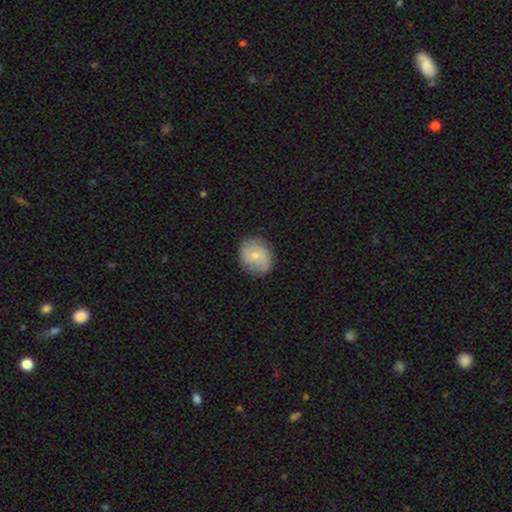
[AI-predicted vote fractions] Smooth or featured?
  - smooth: 62% *
  - featured or disk: 30%
  - star or artifact: 7%
How rounded?
  - round: 71% *
  - in between: 28%
  - cigar-shaped: 1%
Merging?
  - none: 82% *
  - minor disturbance: 14%
  - major disturbance: 3%
  - merger: 1%